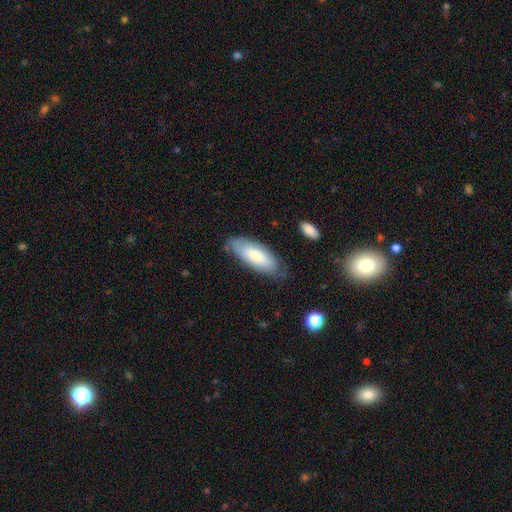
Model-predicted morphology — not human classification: Overall: smooth (70%). How rounded: in between (80%). Merging: none (70%).